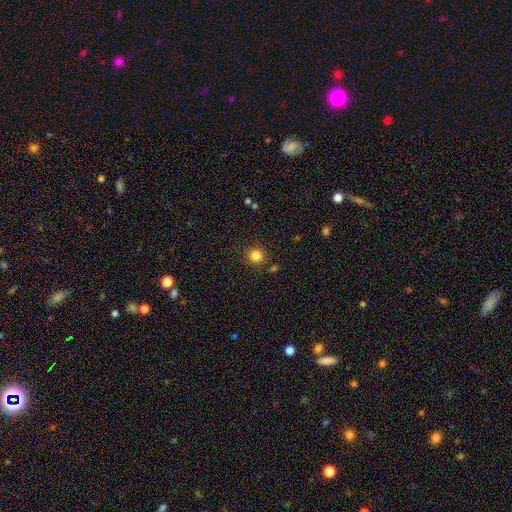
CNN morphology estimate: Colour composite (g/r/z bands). It shows a smooth galaxy with no disk features (82%) that is round (93%). Merging: none (87%).